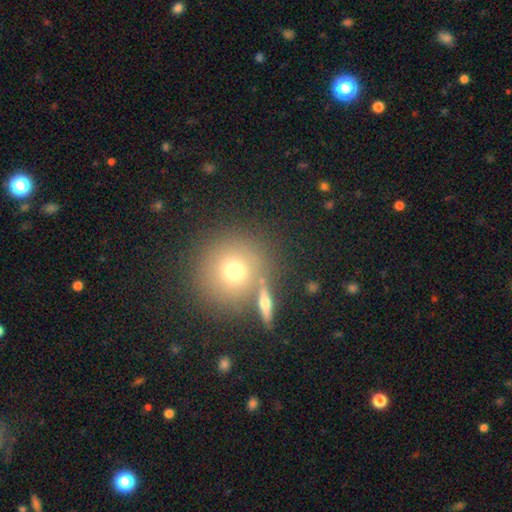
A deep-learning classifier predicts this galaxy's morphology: Smooth or featured: smooth — 60% (star or artifact — 24%)
How rounded: round — 93% (in between — 6%)
Merging: none — 72% (merger — 14%)